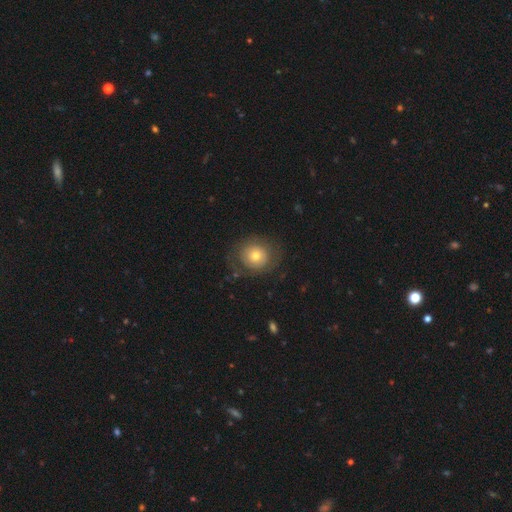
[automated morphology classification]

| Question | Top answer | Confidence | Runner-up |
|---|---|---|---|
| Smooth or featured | smooth | 63% | featured or disk (29%) |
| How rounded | round | 83% | in between (16%) |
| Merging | none | 73% | minor disturbance (15%) |